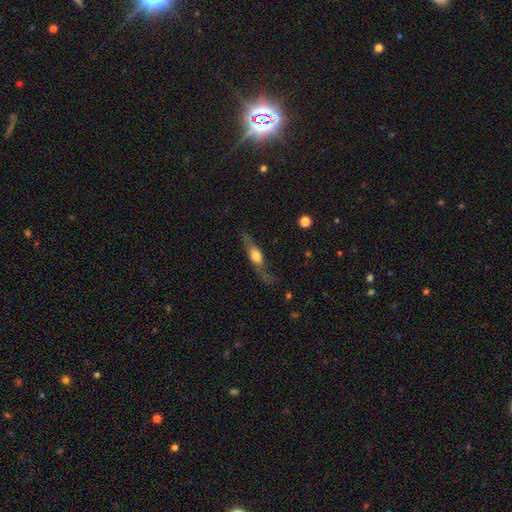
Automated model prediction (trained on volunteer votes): The model was most divided on "smooth or featured": featured or disk: 55%, smooth: 38%, star or artifact: 7%. More confident: edge-on disk — yes (77%); merging — none (64%).